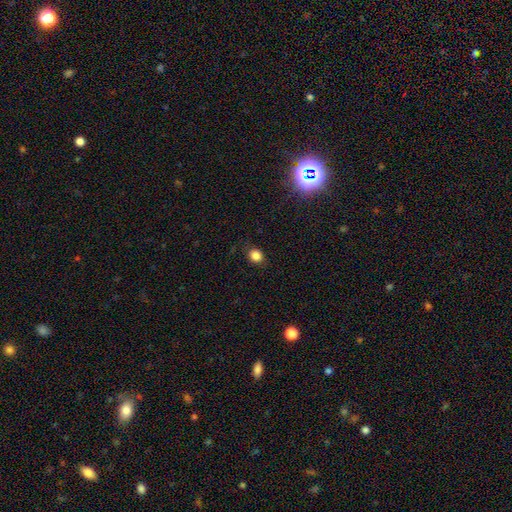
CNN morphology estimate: smooth-or-featured: smooth: 83% | star or artifact: 12% | featured or disk: 5%
  how-rounded: round: 65% | in between: 34% | cigar-shaped: 1%
  merging: none: 85% | minor disturbance: 11% | major disturbance: 3% | merger: 1%